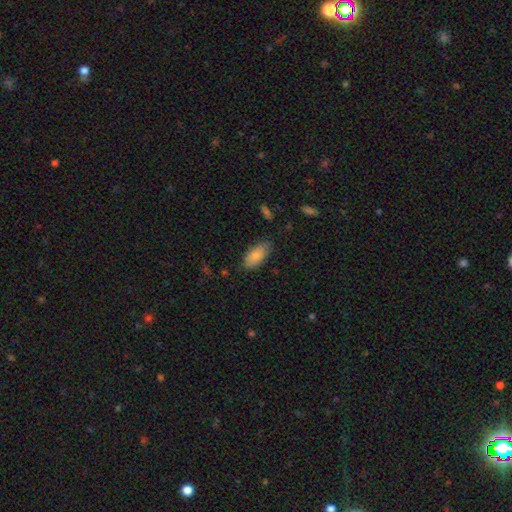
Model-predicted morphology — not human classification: Overall: smooth (85%). How rounded: in between (91%). Merging: none (74%).